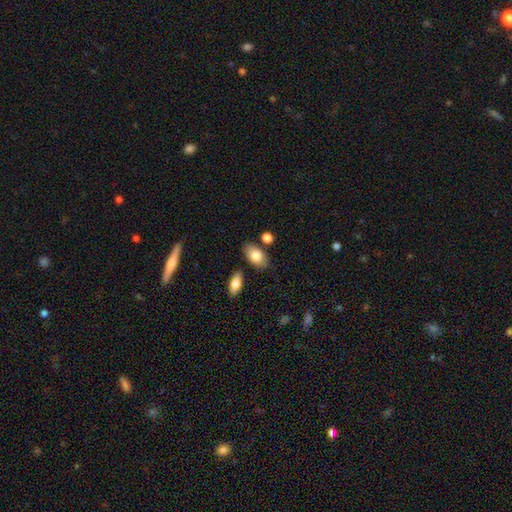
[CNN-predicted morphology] type=smooth (81%); roundness=in between (90%); merging=none (77%).